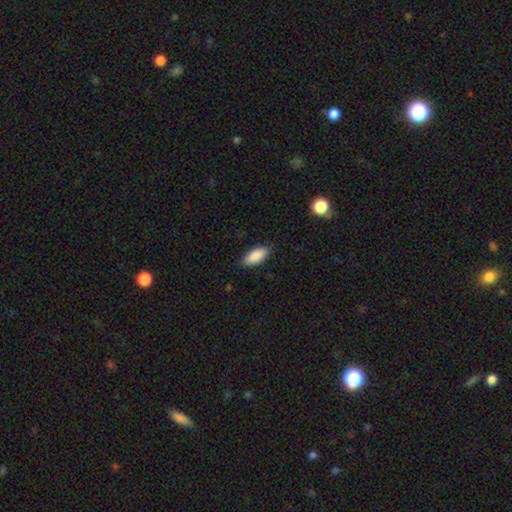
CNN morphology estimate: The model was most divided on "merging": none: 85%, minor disturbance: 11%, major disturbance: 2%, merger: 1%. More confident: smooth or featured — smooth (89%); how rounded — in between (86%).